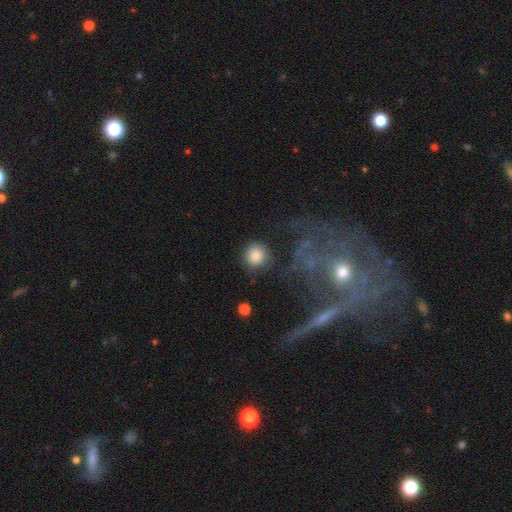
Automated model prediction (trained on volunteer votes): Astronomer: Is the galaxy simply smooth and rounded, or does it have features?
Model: smooth — 84%.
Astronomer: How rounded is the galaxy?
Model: round — 92%.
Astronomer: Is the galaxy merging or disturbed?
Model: none — 77%.